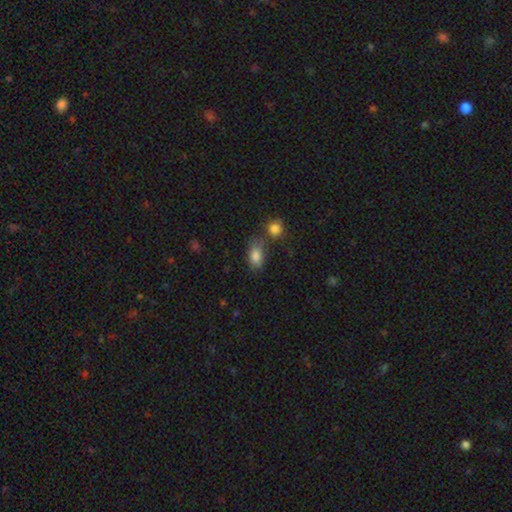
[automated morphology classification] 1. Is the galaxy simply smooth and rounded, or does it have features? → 84% smooth, 10% star or artifact, 7% featured or disk.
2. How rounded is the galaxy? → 85% in between, 12% round, 2% cigar-shaped.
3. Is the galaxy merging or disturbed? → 56% none, 20% minor disturbance, 17% merger, 7% major disturbance.